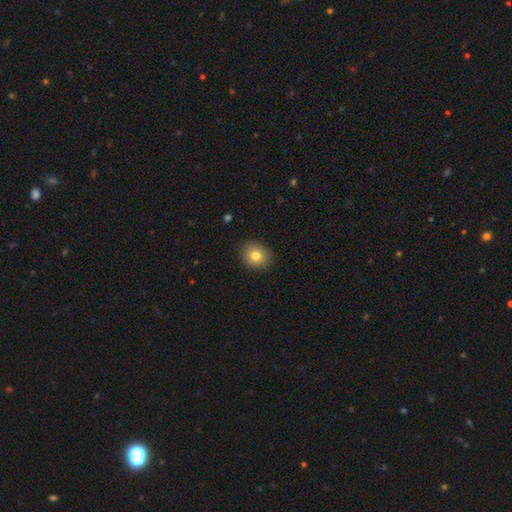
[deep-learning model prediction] Q: Smooth or featured?
A: smooth (80%); runner-up: featured or disk (10%)
Q: How rounded?
A: round (69%); runner-up: in between (30%)
Q: Merging?
A: none (89%); runner-up: minor disturbance (8%)